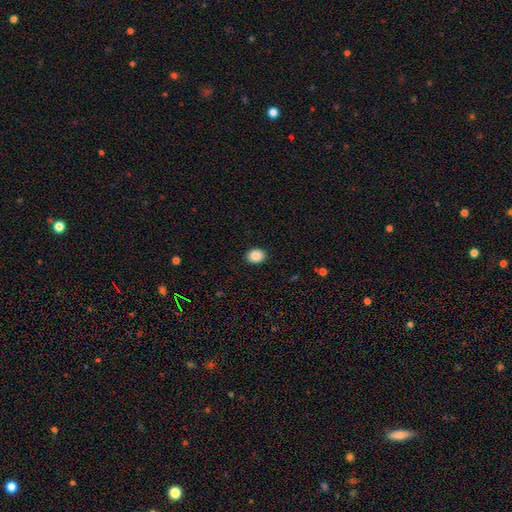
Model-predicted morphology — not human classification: Smooth or featured: smooth — 87% (star or artifact — 9%)
How rounded: round — 55% (in between — 44%)
Merging: none — 91% (minor disturbance — 6%)